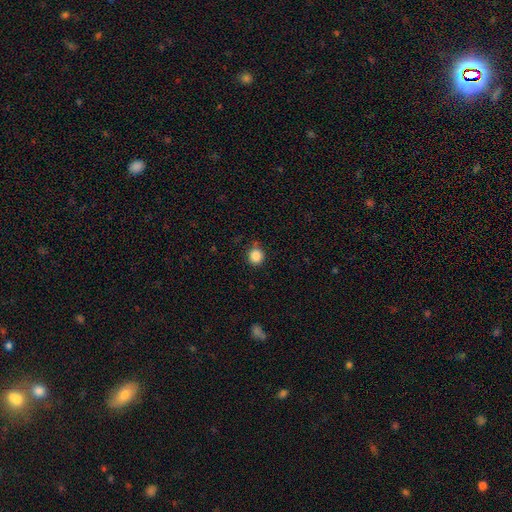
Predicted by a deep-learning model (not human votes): Morphology: type=smooth (86%); roundness=round (90%); merging=none (78%).